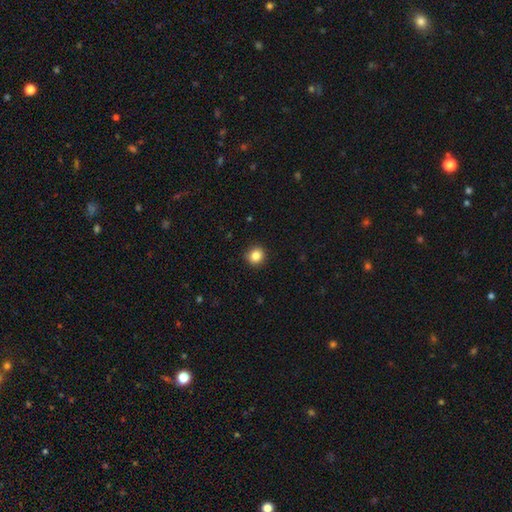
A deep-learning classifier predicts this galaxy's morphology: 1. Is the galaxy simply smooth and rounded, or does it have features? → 85% smooth, 10% star or artifact, 5% featured or disk.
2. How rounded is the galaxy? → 91% round, 8% in between, 1% cigar-shaped.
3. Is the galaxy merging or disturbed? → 92% none, 6% minor disturbance, 2% major disturbance, 1% merger.